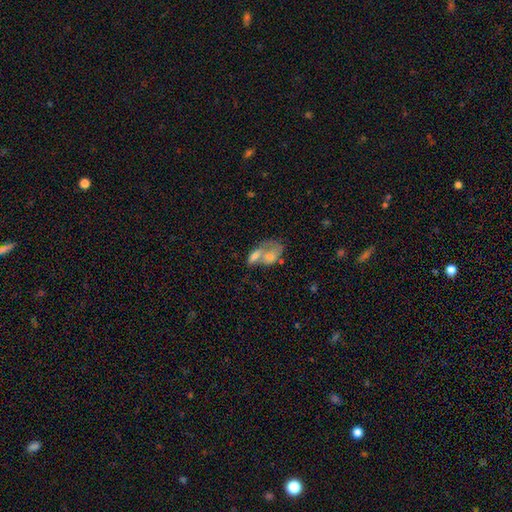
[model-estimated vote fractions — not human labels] Smooth or featured? smooth (59%)
How rounded? in between (84%)
Merging? merger (67%)